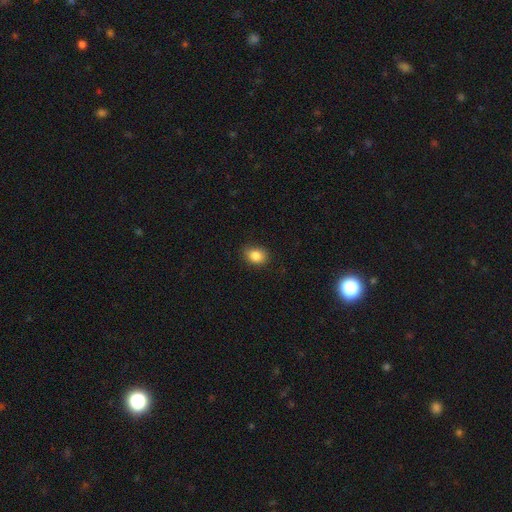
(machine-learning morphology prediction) This appears to be a smooth galaxy with no disk features (85%) that is in between round and cigar-shaped (55%). Merging: none (81%).